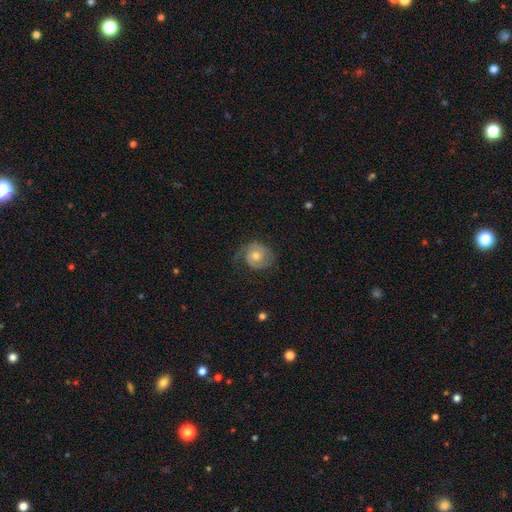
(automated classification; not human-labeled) Smooth or featured? featured or disk (62%)
Edge-on disk? no (97%)
Bar? no (75%)
Spiral arms? yes (86%)
Spiral winding? tight (44%)
Spiral arm count? 2 (61%)
Bulge size? moderate (63%)
Merging? none (59%)